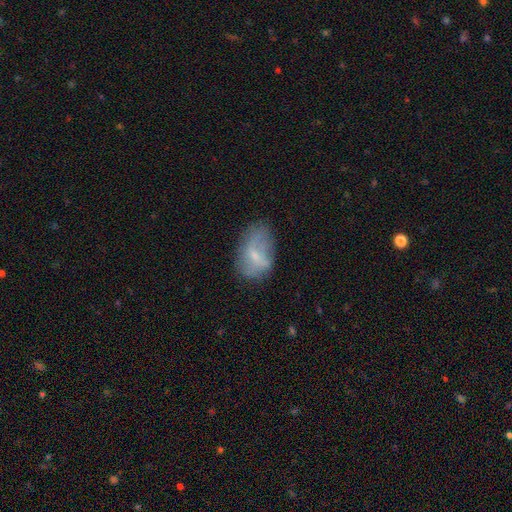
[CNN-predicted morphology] Smooth or featured: smooth — 49% (featured or disk — 41%)
Merging: none — 46% (minor disturbance — 32%)